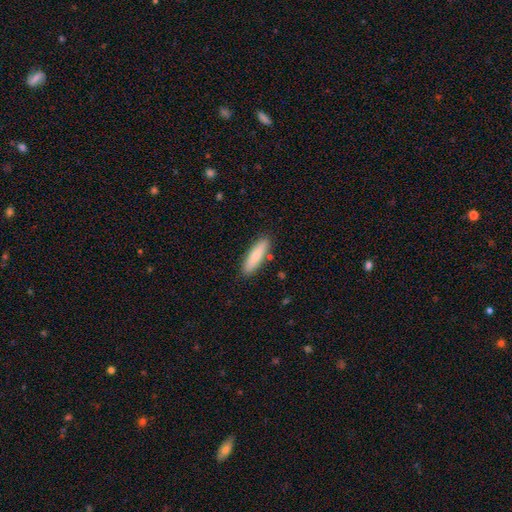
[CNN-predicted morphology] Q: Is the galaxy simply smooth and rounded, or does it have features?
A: smooth — 80%.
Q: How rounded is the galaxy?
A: cigar-shaped — 68%.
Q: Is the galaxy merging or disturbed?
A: none — 87%.